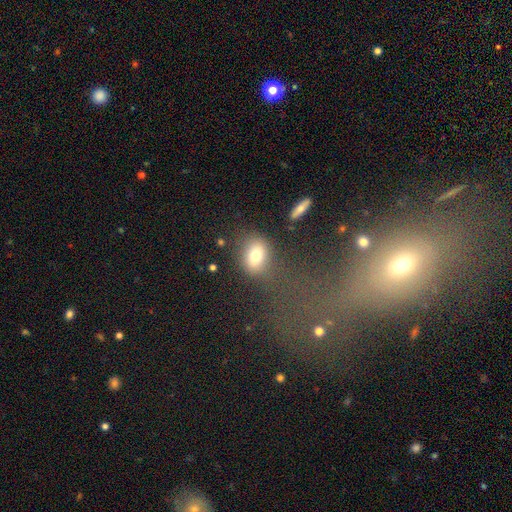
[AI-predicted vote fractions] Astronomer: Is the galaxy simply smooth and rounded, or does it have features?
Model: smooth — 73%.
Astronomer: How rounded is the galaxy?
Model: in between — 61% (runner-up: round, 37%).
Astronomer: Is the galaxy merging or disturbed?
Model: none — 73%.